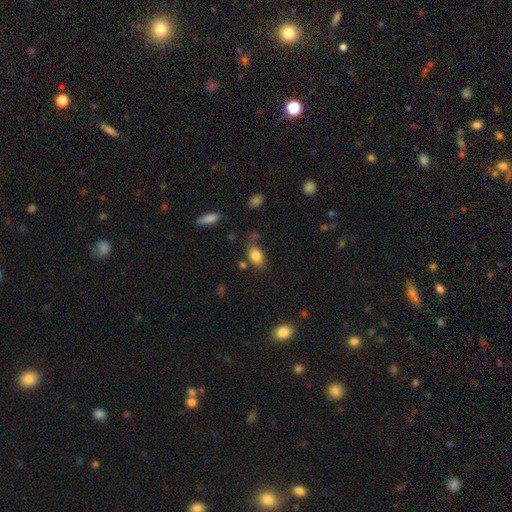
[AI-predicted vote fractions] Overall: smooth (83%). How rounded: in between (89%). Merging: none (67%).